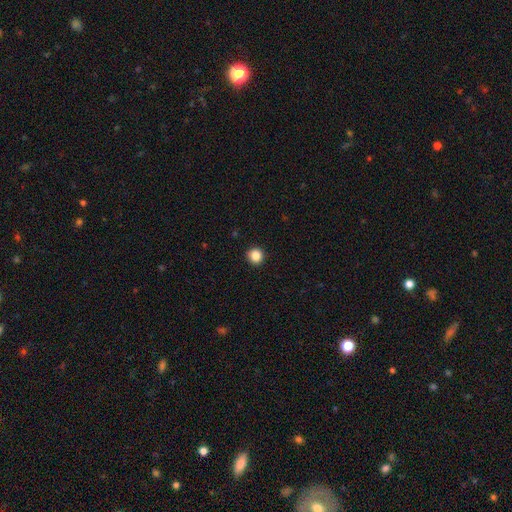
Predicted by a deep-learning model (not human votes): Overall: smooth (86%). How rounded: round (94%). Merging: none (93%).